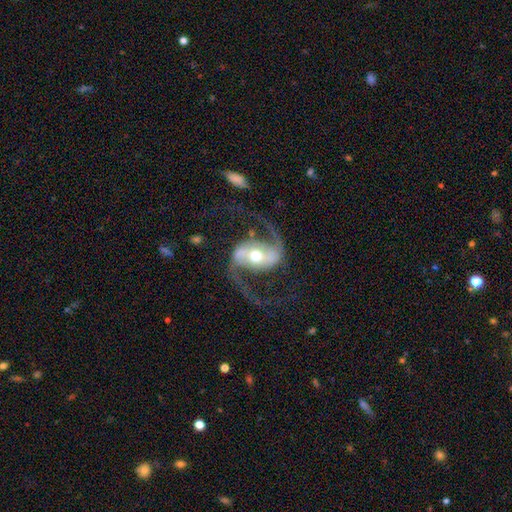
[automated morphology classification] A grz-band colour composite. It shows a featured or disk galaxy (93%) with a strong bar (51%), 2 (95%) loose (57%) spiral arms (98%) and a moderate central bulge (70%). Merging: none (77%).